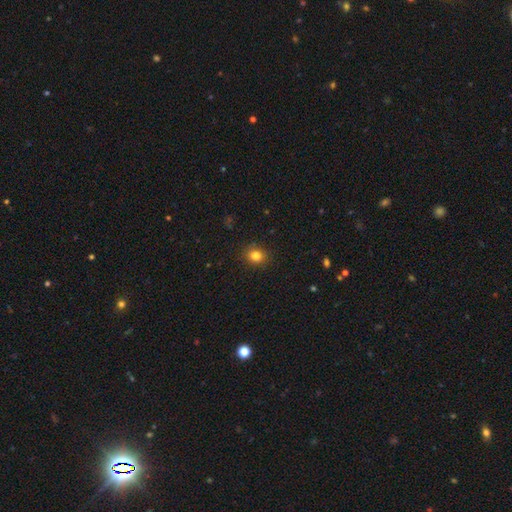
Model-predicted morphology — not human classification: Smooth or featured? smooth (83%)
How rounded? round (67%)
Merging? none (89%)